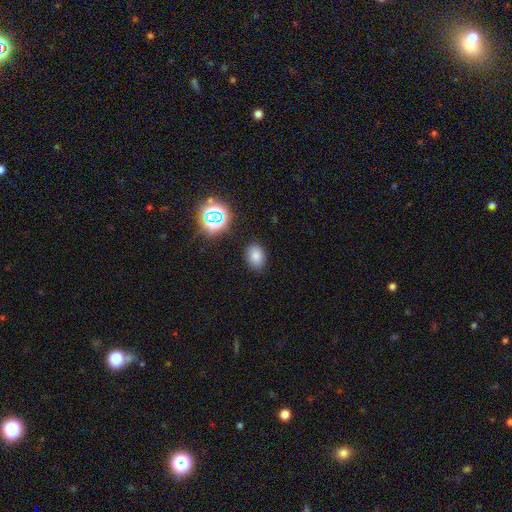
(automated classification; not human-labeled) The model was most divided on "how rounded": in between: 65%, round: 34%, cigar-shaped: 1%. More confident: merging — none (85%); smooth or featured — smooth (78%).